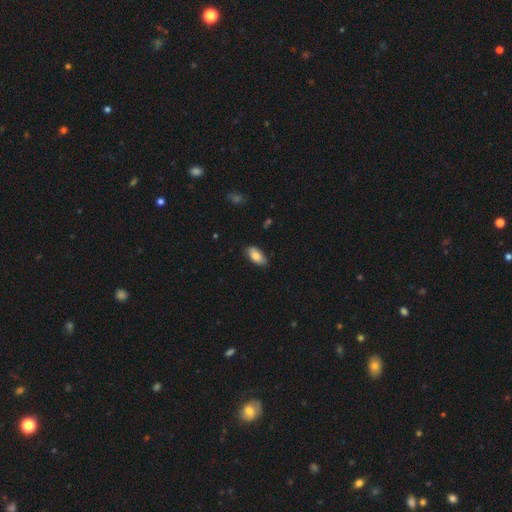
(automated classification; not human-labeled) smooth 81%, featured or disk 12%, star or artifact 7%. Down the decision tree: how rounded — in between (94%); merging — none (84%).